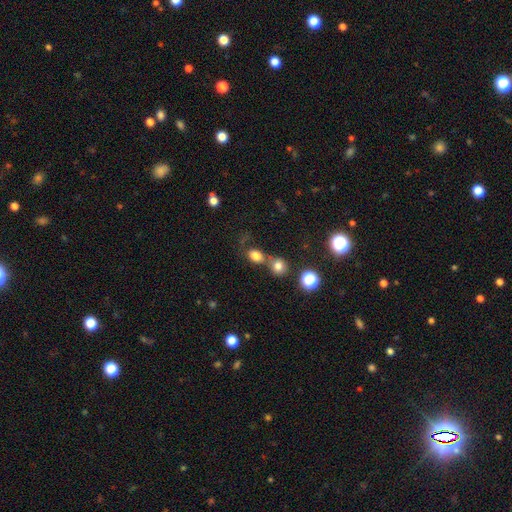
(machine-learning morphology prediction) Q: Smooth or featured?
A: smooth (77%); runner-up: star or artifact (14%)
Q: How rounded?
A: round (52%); runner-up: in between (46%)
Q: Merging?
A: merger (41%); runner-up: none (39%)